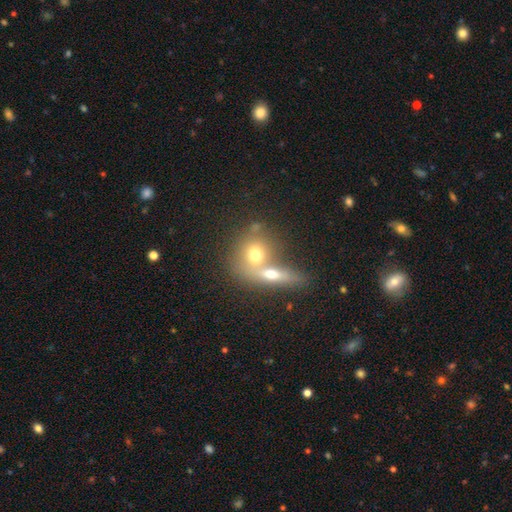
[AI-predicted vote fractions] smooth_or_featured: smooth (p=0.63) [alt: featured or disk p=0.28]
how_rounded: round (p=0.62) [alt: in between p=0.30]
merging: merger (p=0.59) [alt: none p=0.30]